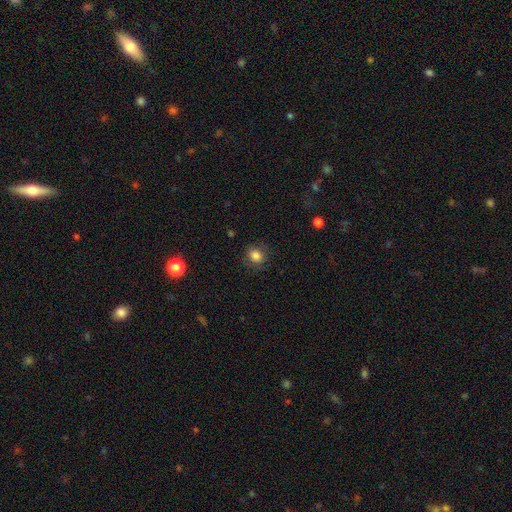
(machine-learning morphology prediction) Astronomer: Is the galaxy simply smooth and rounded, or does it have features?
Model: smooth — 81%.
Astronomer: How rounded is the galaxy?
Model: round — 67%.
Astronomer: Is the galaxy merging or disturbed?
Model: none — 79%.